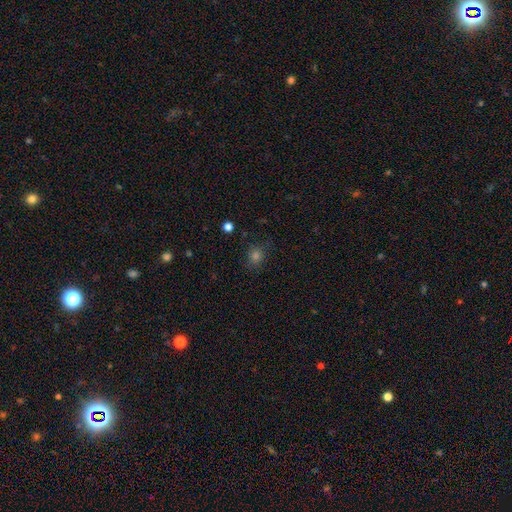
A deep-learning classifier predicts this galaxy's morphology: Smooth or featured?
  - smooth: 68% *
  - star or artifact: 25%
  - featured or disk: 7%
How rounded?
  - round: 78% *
  - in between: 20%
  - cigar-shaped: 1%
Merging?
  - none: 82% *
  - minor disturbance: 13%
  - major disturbance: 4%
  - merger: 1%